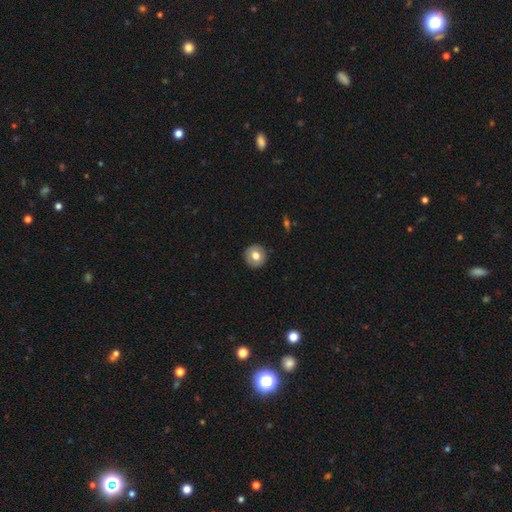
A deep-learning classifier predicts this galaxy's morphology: type=smooth (71%); roundness=round (94%); merging=none (91%).